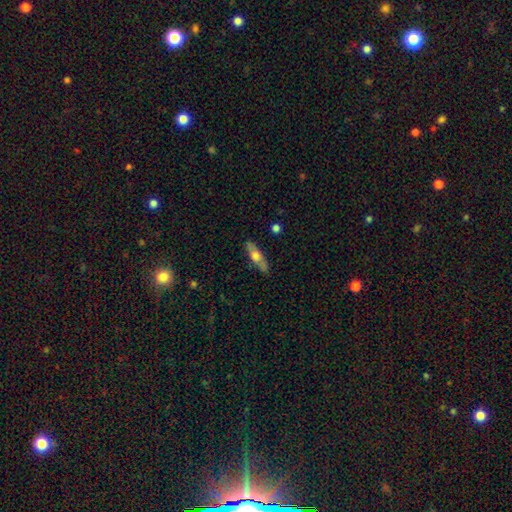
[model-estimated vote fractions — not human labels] Overall: smooth (55%; featured or disk 39%). How rounded: cigar-shaped (58%; in between 39%). Merging: none (84%).